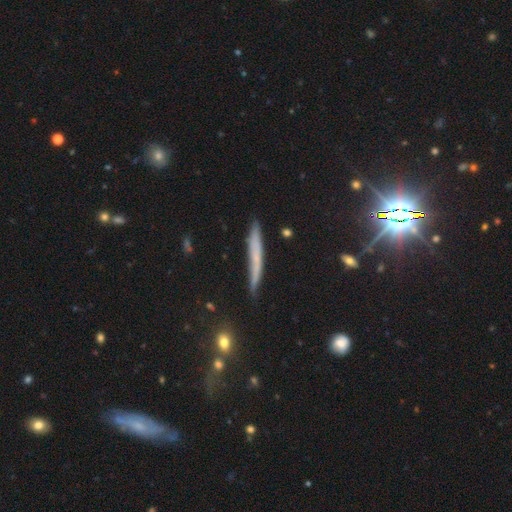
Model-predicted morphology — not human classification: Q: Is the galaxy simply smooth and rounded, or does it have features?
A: smooth — 49%.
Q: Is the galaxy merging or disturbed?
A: none — 80%.